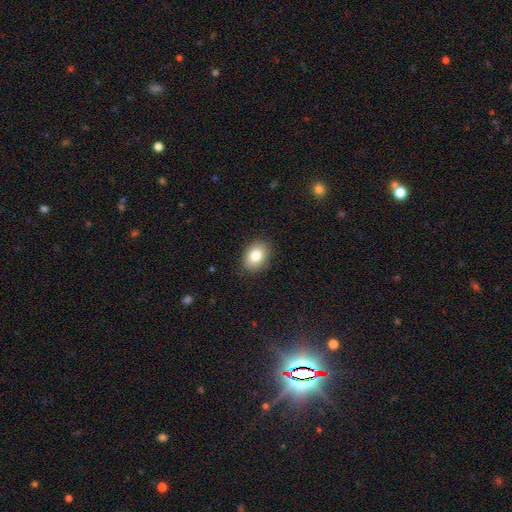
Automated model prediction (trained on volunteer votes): A smooth galaxy with no disk features (82%) that is in between round and cigar-shaped (76%).

Vote fractions:
- Smooth or featured? smooth: 82% / featured or disk: 9% / star or artifact: 8%
- How rounded? in between: 76% / round: 23% / cigar-shaped: 1%
- Merging? none: 86% / minor disturbance: 10% / major disturbance: 3% / merger: 1%